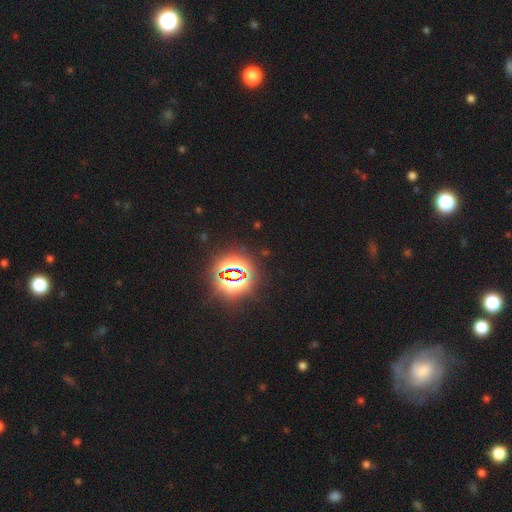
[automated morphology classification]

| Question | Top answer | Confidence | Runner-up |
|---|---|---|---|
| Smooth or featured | star or artifact | 79% | smooth (12%) |